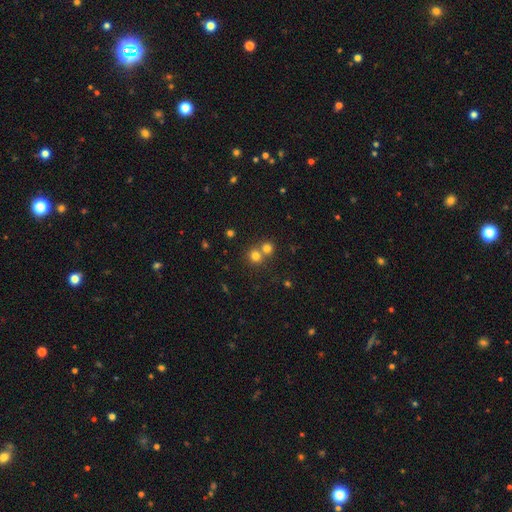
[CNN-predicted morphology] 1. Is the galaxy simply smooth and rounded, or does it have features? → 74% smooth, 16% star or artifact, 9% featured or disk.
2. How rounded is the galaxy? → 87% round, 12% in between, 1% cigar-shaped.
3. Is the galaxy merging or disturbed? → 49% none, 44% merger, 5% minor disturbance, 2% major disturbance.